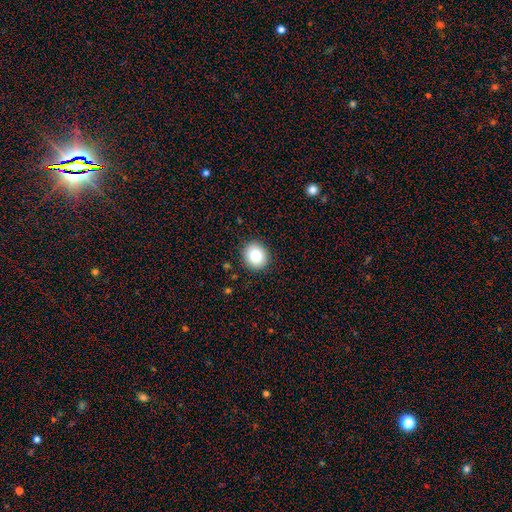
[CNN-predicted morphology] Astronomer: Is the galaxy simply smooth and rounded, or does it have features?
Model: smooth — 81%.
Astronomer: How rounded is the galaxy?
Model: round — 83%.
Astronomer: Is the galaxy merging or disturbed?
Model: none — 91%.